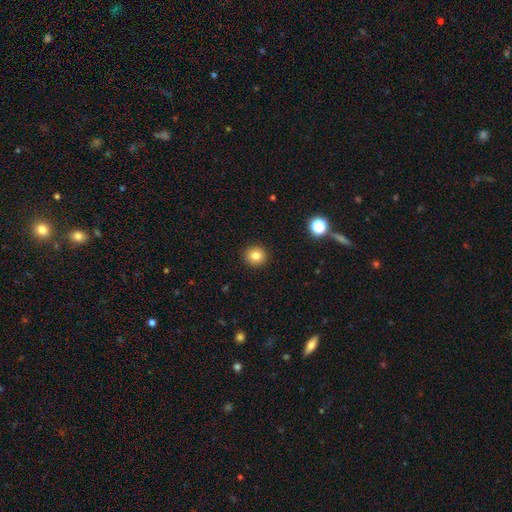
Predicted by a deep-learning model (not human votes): smooth_or_featured: smooth (p=0.81) [alt: star or artifact p=0.12]
how_rounded: round (p=0.91) [alt: in between p=0.09]
merging: none (p=0.92) [alt: minor disturbance p=0.05]